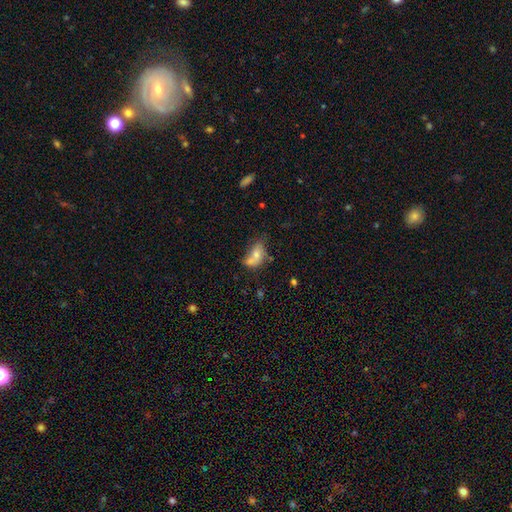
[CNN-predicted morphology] smooth 66%, featured or disk 24%, star or artifact 11%. Down the decision tree: how rounded — in between (83%); merging — merger (35%).